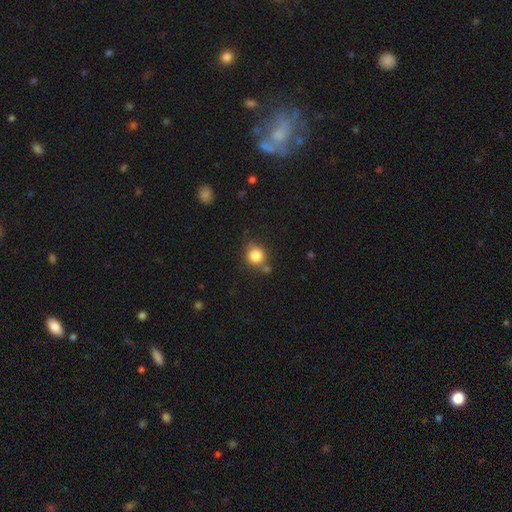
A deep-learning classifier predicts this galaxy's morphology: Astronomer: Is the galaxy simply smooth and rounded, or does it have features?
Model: smooth — 83%.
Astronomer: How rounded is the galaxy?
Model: round — 86%.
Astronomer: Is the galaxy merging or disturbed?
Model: none — 72%.